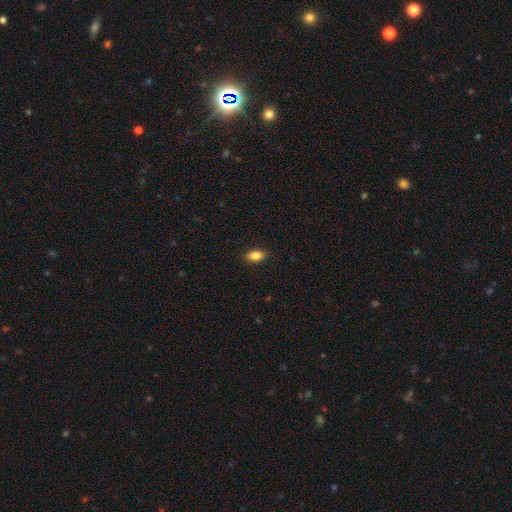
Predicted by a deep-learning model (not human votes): A smooth galaxy with no disk features (85%) that is in between round and cigar-shaped (88%).

Vote fractions:
- Smooth or featured? smooth: 85% / star or artifact: 8% / featured or disk: 7%
- How rounded? in between: 88% / round: 7% / cigar-shaped: 5%
- Merging? none: 88% / minor disturbance: 9% / major disturbance: 2% / merger: 1%